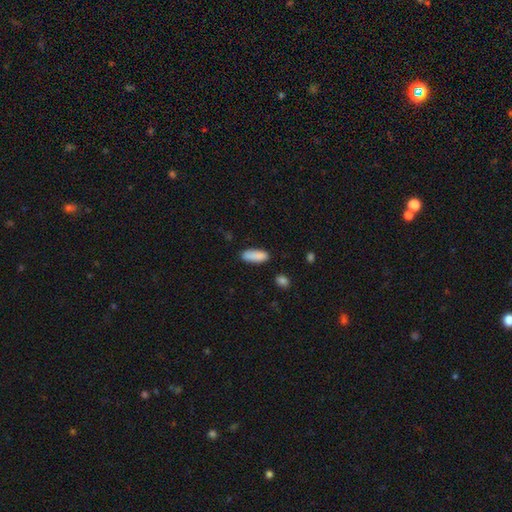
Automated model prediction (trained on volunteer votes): Morphology: type=smooth (89%); roundness=in between (67%); merging=none (83%).